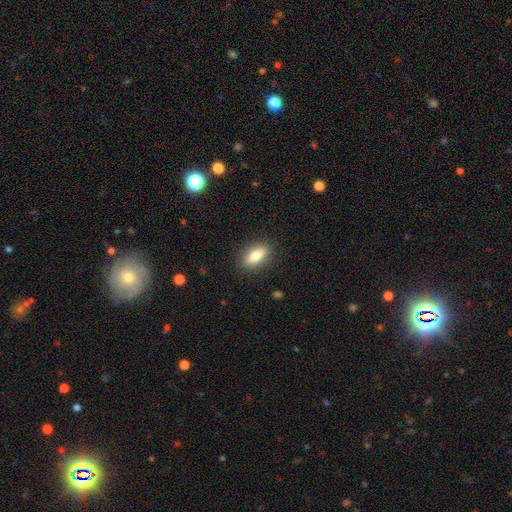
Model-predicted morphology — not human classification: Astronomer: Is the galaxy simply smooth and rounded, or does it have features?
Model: smooth — 74%.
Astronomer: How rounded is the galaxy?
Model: in between — 77%.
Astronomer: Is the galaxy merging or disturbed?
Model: none — 88%.